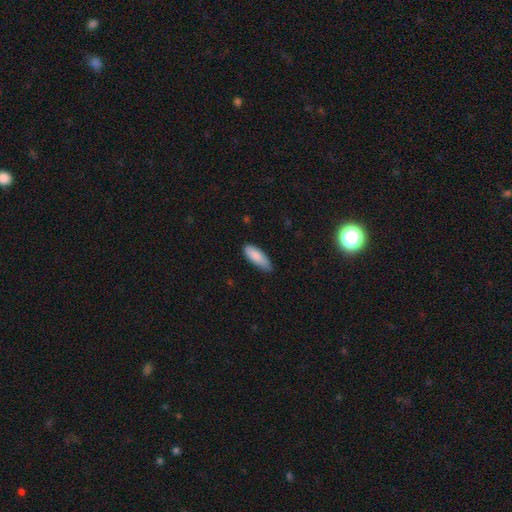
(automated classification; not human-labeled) Morphology: type=smooth (87%); roundness=in between (70%); merging=none (69%).